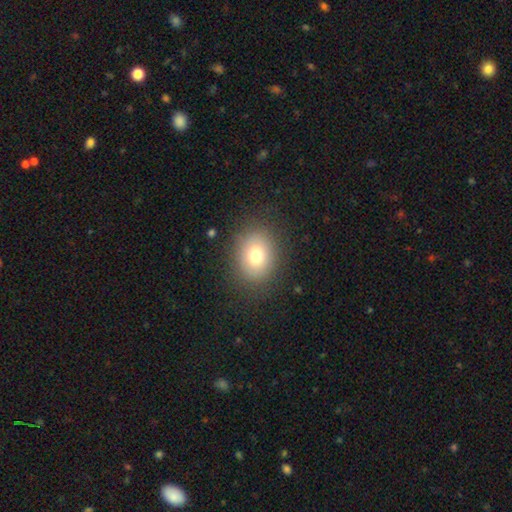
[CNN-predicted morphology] This is likely a smooth galaxy (73%). How rounded: possibly round (55%). Merging: clearly none (85%).